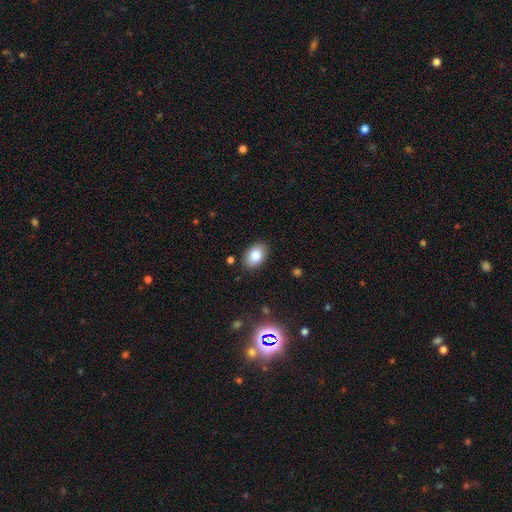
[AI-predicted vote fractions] Smooth or featured? smooth (83%)
How rounded? in between (85%)
Merging? none (86%)